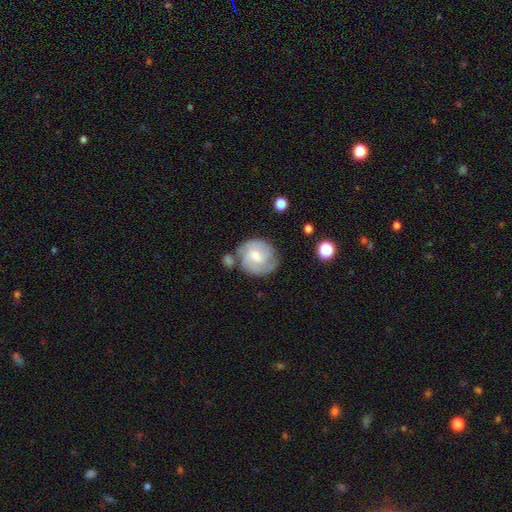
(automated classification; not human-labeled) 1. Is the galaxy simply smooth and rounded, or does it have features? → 70% featured or disk, 24% smooth, 6% star or artifact.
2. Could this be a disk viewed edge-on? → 98% no, 2% yes.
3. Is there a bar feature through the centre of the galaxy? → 48% weak, 43% no, 9% strong.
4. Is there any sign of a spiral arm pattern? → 93% yes, 7% no.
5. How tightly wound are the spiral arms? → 50% tight, 40% medium, 10% loose.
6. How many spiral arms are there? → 58% 2, 17% 3, 16% can't tell, 3% 1, 3% 4, 2% more than 4.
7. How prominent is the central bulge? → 49% moderate, 46% small, 3% large, 2% none, 1% dominant.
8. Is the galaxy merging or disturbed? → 66% none, 18% minor disturbance, 10% merger, 6% major disturbance.